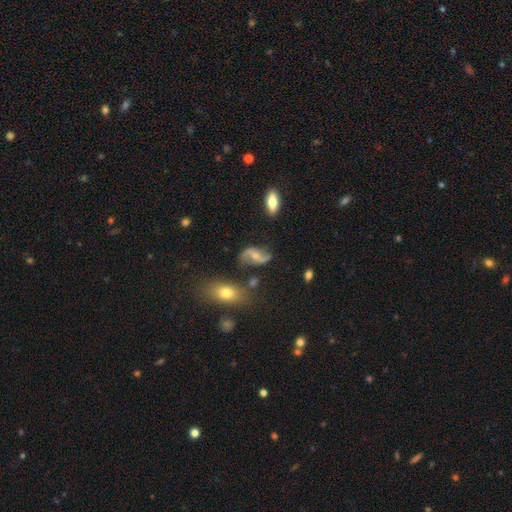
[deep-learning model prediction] featured or disk 68%, smooth 23%, star or artifact 9%. Down the decision tree: edge-on disk — no (94%); bar — no (46%); spiral arms — yes (88%); spiral arm count — 2 (91%); spiral winding — loose (73%); bulge size — moderate (48%); merging — none (66%).